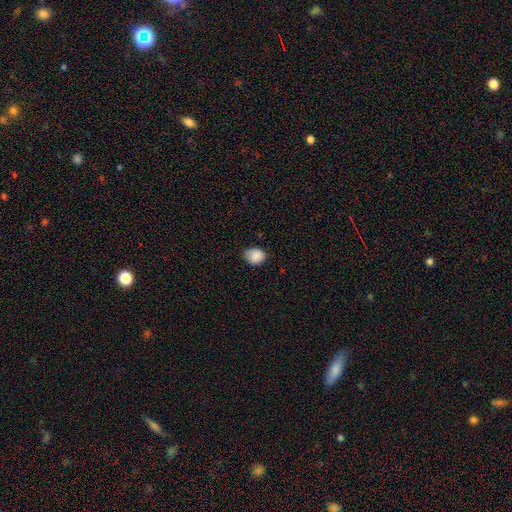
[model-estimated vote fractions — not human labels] A smooth galaxy with no disk features (88%) that is in between round and cigar-shaped (51%). Merging: none (67%).